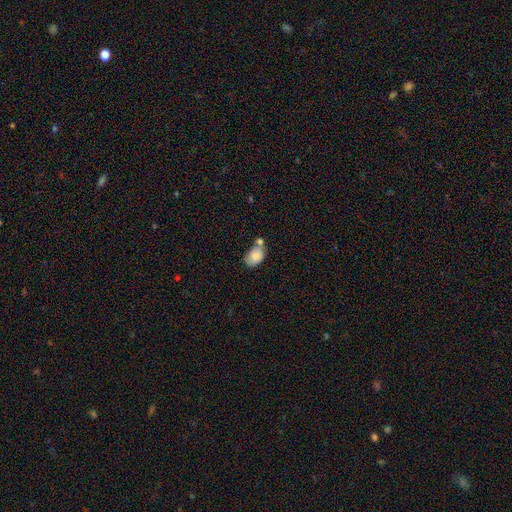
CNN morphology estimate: This appears to be a smooth galaxy with no disk features (82%) that is in between round and cigar-shaped (86%). Merging: none (37%).